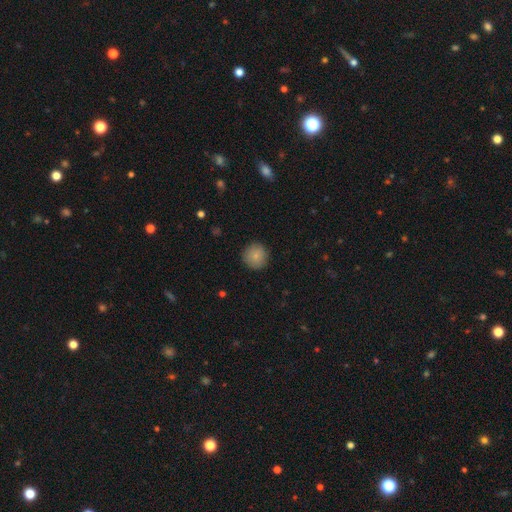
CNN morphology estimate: Smooth or featured?
  - smooth: 85% *
  - star or artifact: 9%
  - featured or disk: 7%
How rounded?
  - round: 94% *
  - in between: 5%
  - cigar-shaped: 1%
Merging?
  - none: 89% *
  - minor disturbance: 7%
  - major disturbance: 2%
  - merger: 1%